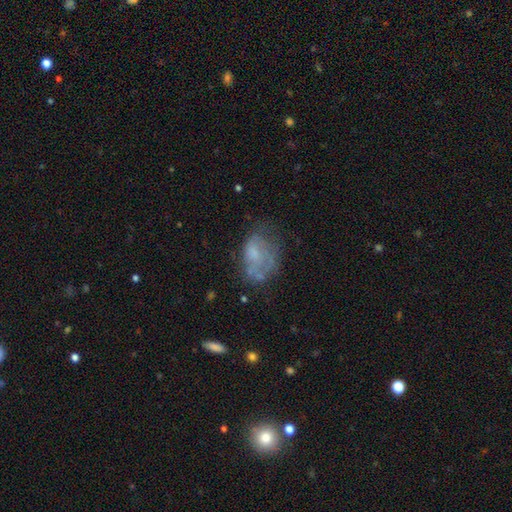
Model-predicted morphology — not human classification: Overall: featured or disk (47%; smooth 42%). Merging: none (39%; major disturbance 27%).